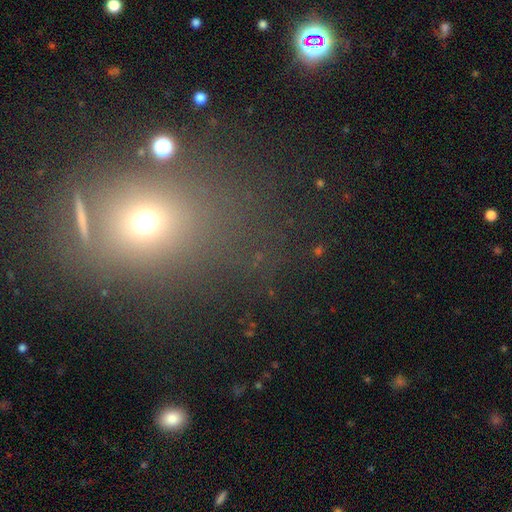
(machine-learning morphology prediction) Smooth or featured? smooth (48%)
Merging? none (67%)